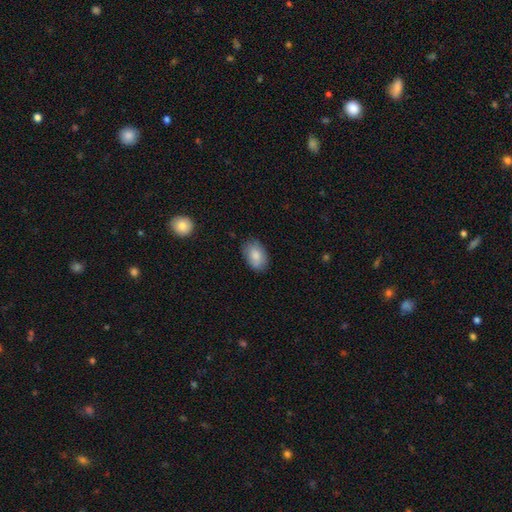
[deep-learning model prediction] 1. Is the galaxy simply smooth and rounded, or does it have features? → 84% smooth, 9% featured or disk, 7% star or artifact.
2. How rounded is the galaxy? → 88% in between, 10% round, 1% cigar-shaped.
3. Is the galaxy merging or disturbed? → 81% none, 15% minor disturbance, 3% major disturbance, 1% merger.